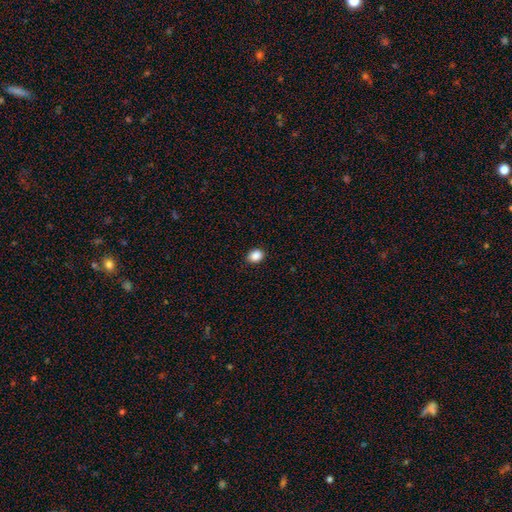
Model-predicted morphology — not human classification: smooth 88%, star or artifact 9%, featured or disk 3%. Down the decision tree: how rounded — in between (59%); merging — none (87%).